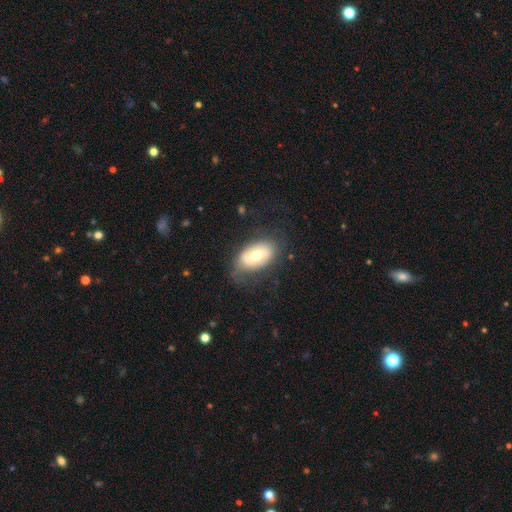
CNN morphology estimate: Smooth or featured? featured or disk (59%)
Edge-on disk? no (89%)
Bar? strong (47%)
Spiral arms? yes (59%)
Bulge size? moderate (65%)
Merging? none (68%)